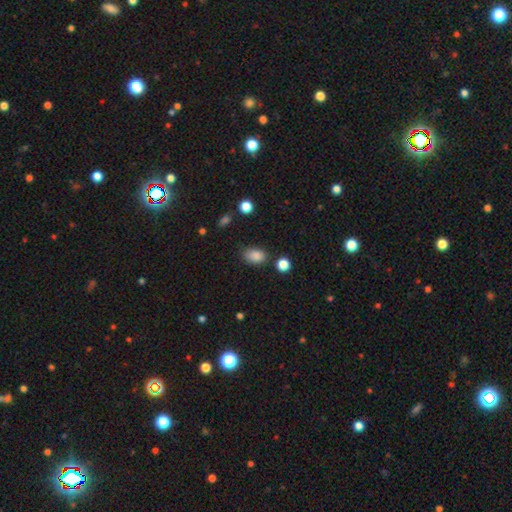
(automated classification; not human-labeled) Smooth or featured? Predicted: smooth (p=0.86). How rounded? Predicted: in between (p=0.84). Merging? Predicted: none (p=0.74).